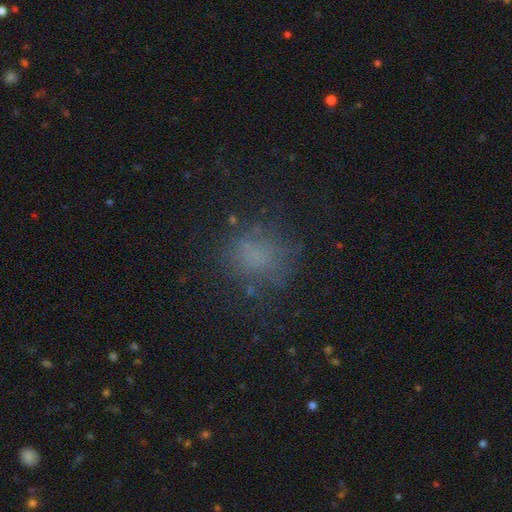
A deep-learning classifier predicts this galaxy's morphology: type=smooth (64%); roundness=round (66%); merging=none (66%).